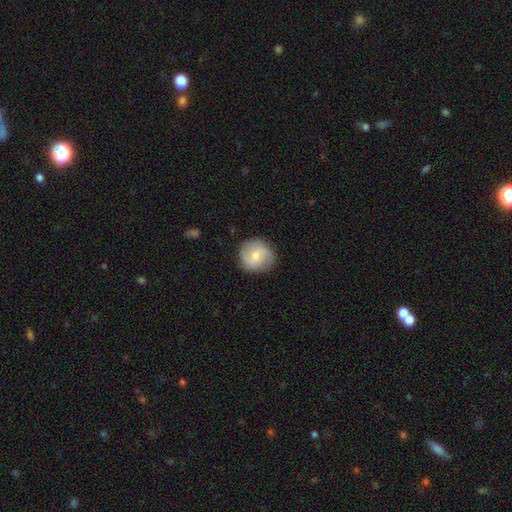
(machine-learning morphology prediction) type=smooth (58%); roundness=round (91%); merging=none (84%).